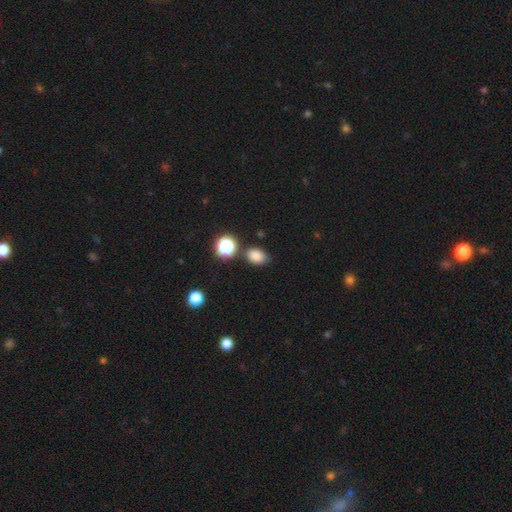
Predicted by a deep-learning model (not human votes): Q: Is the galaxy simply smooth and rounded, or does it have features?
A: smooth — 82%.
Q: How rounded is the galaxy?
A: in between — 74%.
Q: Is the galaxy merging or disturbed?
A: none — 74%.